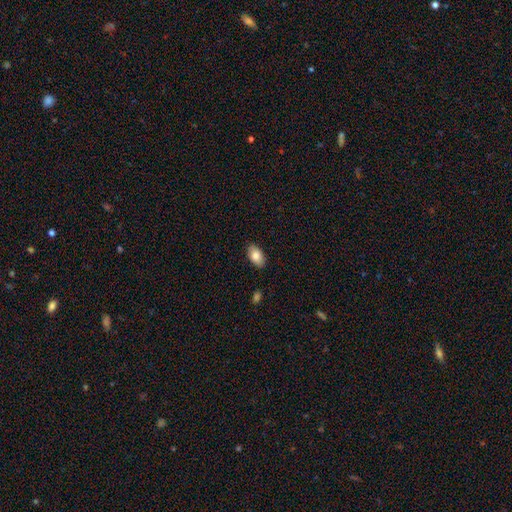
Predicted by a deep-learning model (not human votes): Q: Smooth or featured?
A: smooth (83%); runner-up: featured or disk (10%)
Q: How rounded?
A: in between (94%); runner-up: round (4%)
Q: Merging?
A: none (87%); runner-up: minor disturbance (10%)